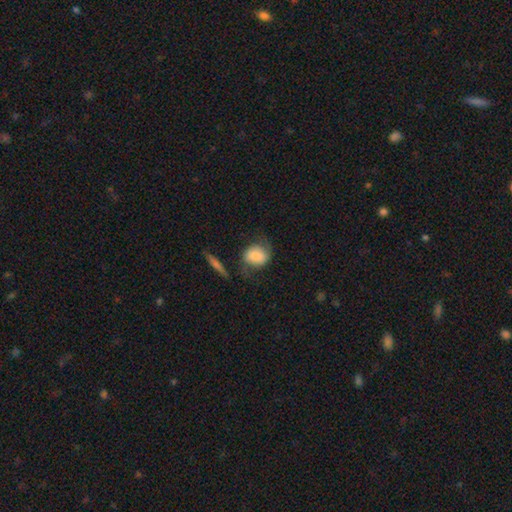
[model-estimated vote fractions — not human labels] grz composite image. It shows a smooth galaxy with no disk features (62%) that is round (61%). Merging: none (56%).